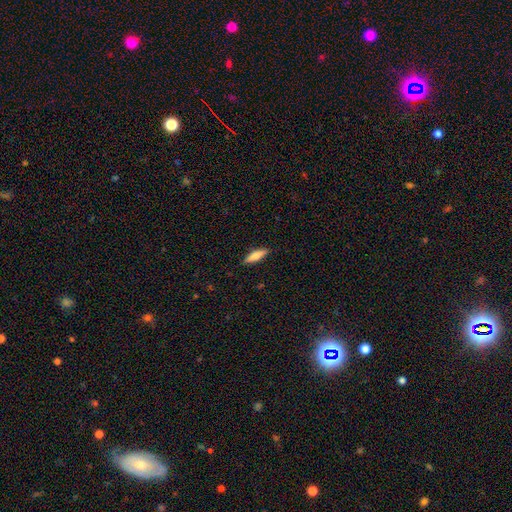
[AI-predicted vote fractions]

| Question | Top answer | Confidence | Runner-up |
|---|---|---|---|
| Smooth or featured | smooth | 68% | featured or disk (26%) |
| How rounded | cigar-shaped | 63% | in between (35%) |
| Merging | none | 88% | minor disturbance (9%) |